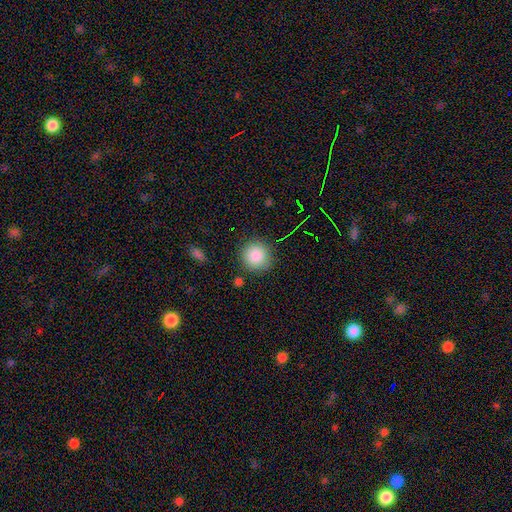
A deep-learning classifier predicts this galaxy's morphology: Smooth or featured: smooth — 86% (star or artifact — 10%)
How rounded: round — 93% (in between — 6%)
Merging: none — 86% (minor disturbance — 8%)